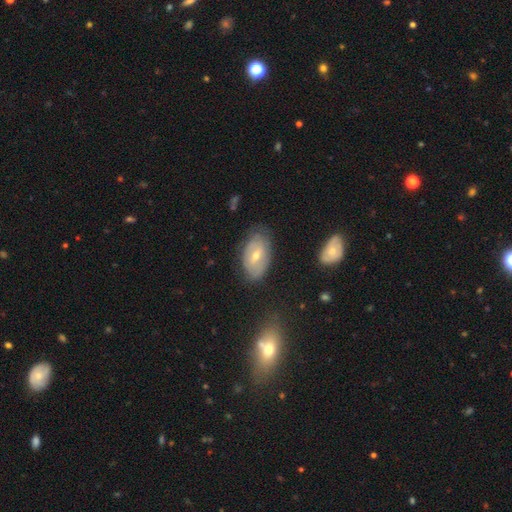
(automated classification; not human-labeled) A featured or disk galaxy (52%).

Vote fractions:
- Smooth or featured? featured or disk: 52% / smooth: 39% / star or artifact: 9%
- Edge-on disk? no: 91% / yes: 9%
- Merging? none: 71% / minor disturbance: 21% / major disturbance: 6% / merger: 2%